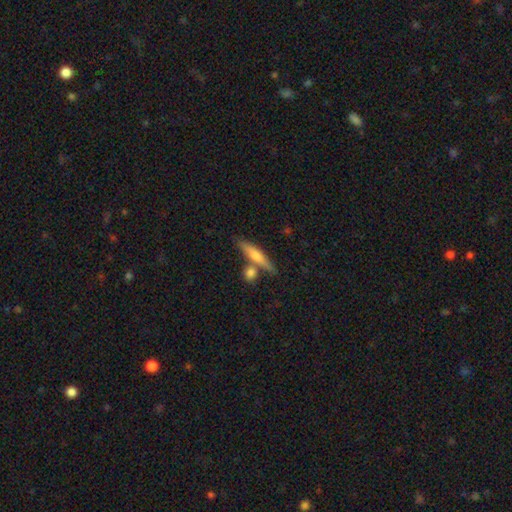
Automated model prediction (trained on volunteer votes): Morphology: type=featured or disk (49%); merging=none (71%).